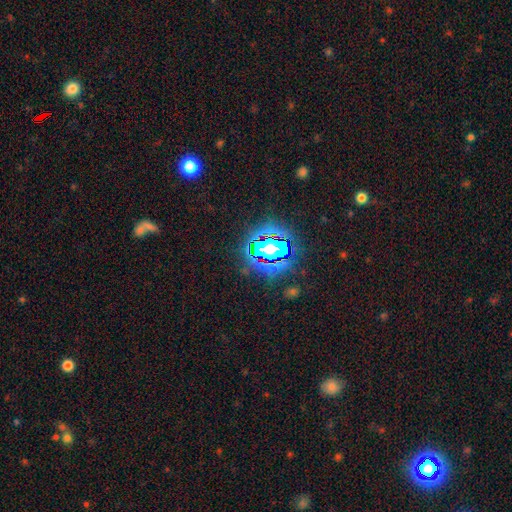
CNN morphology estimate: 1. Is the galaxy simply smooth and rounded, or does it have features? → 82% star or artifact, 11% smooth, 7% featured or disk.